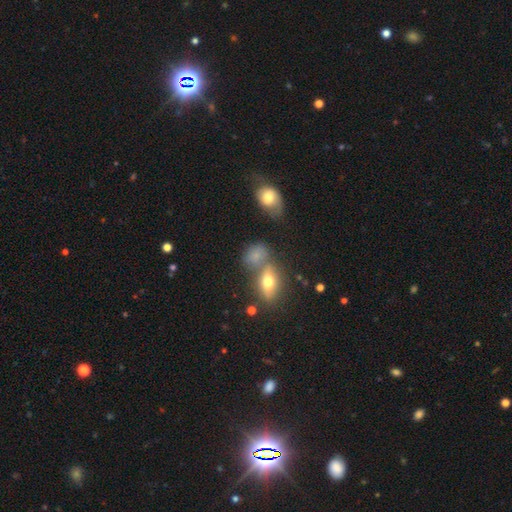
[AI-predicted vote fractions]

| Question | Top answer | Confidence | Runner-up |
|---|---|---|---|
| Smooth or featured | smooth | 72% | star or artifact (14%) |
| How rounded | in between | 59% | round (38%) |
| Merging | none | 45% | merger (32%) |